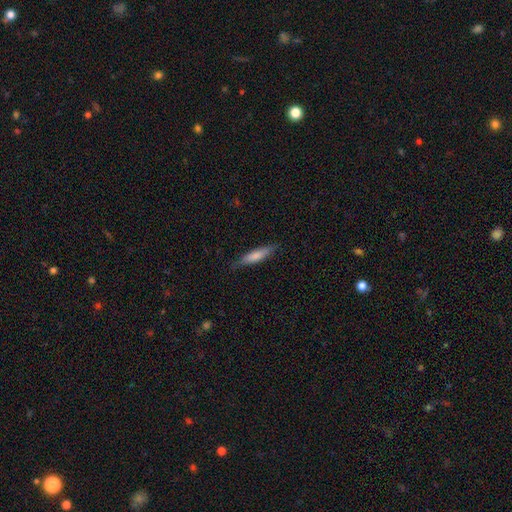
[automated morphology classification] type=smooth (72%); roundness=cigar-shaped (79%); merging=none (80%).